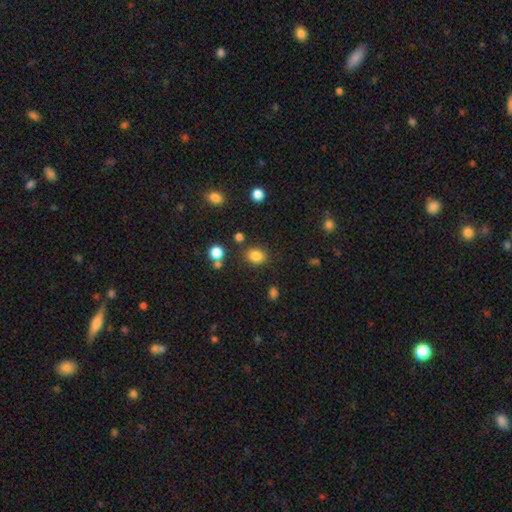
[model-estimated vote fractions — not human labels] Smooth or featured?
  - smooth: 83% *
  - star or artifact: 12%
  - featured or disk: 6%
How rounded?
  - in between: 54% *
  - round: 45%
  - cigar-shaped: 1%
Merging?
  - none: 81% *
  - minor disturbance: 11%
  - merger: 4%
  - major disturbance: 4%